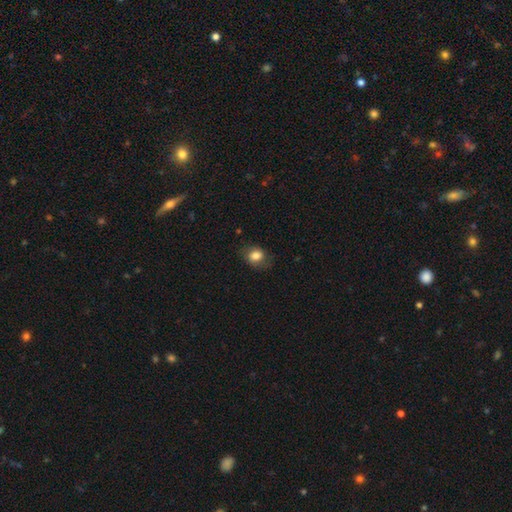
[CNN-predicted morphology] Smooth or featured?
  - smooth: 79% *
  - featured or disk: 12%
  - star or artifact: 8%
How rounded?
  - in between: 50% *
  - round: 49%
  - cigar-shaped: 1%
Merging?
  - none: 69% *
  - minor disturbance: 21%
  - major disturbance: 8%
  - merger: 1%